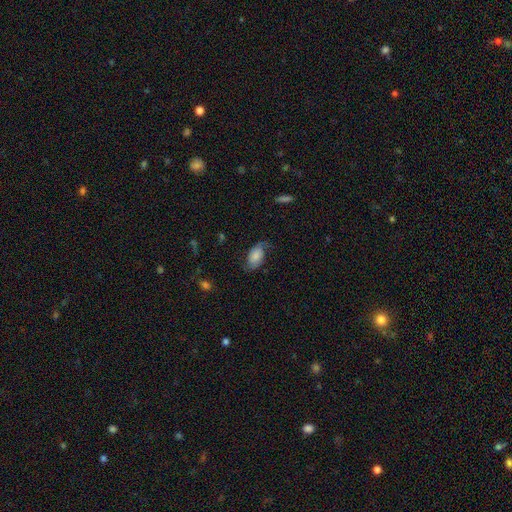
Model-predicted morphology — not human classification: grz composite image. It shows a smooth galaxy with no disk features (61%) that is in between round and cigar-shaped (91%). Merging: none (55%).